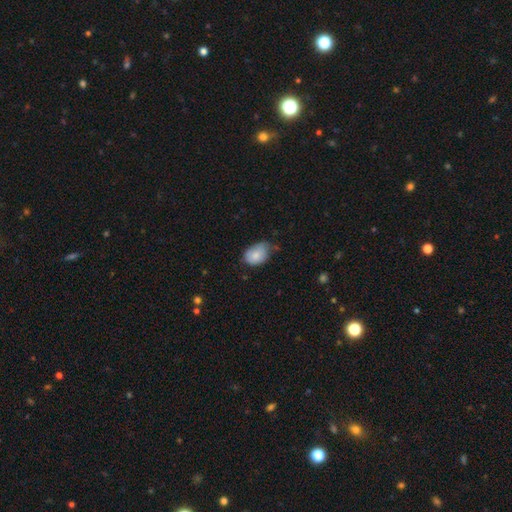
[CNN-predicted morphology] A smooth galaxy with no disk features (81%) that is in between round and cigar-shaped (76%). Merging: minor disturbance (46%).